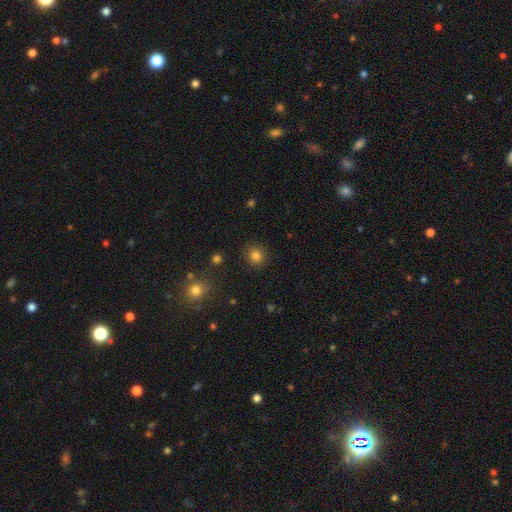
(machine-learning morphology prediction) Smooth or featured: smooth — 83% (star or artifact — 12%)
How rounded: round — 88% (in between — 11%)
Merging: none — 88% (minor disturbance — 7%)